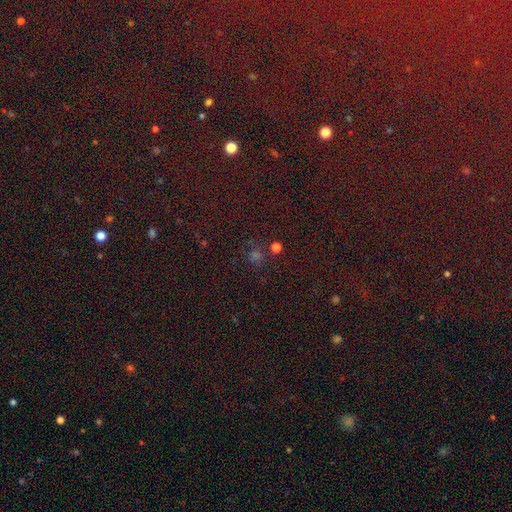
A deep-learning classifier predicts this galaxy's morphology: smooth_or_featured: star or artifact (p=0.53) [alt: smooth p=0.39]